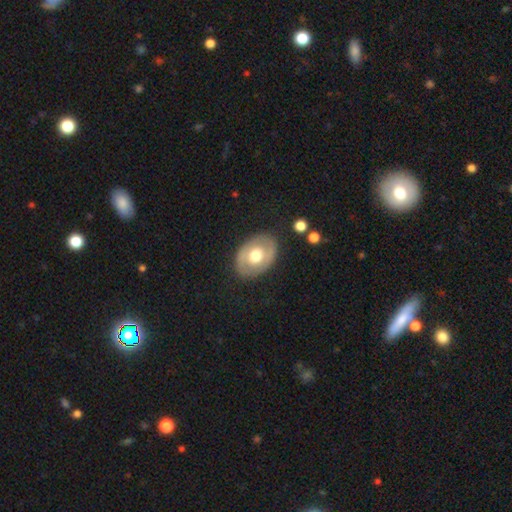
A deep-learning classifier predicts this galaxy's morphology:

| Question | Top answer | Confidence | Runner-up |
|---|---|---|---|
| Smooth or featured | smooth | 50% | featured or disk (45%) |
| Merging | none | 84% | minor disturbance (11%) |